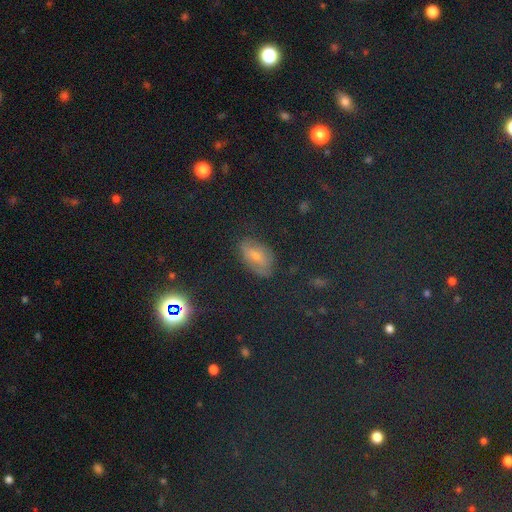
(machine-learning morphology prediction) smooth 47%, star or artifact 33%, featured or disk 21%. Down the decision tree: merging — none (72%).